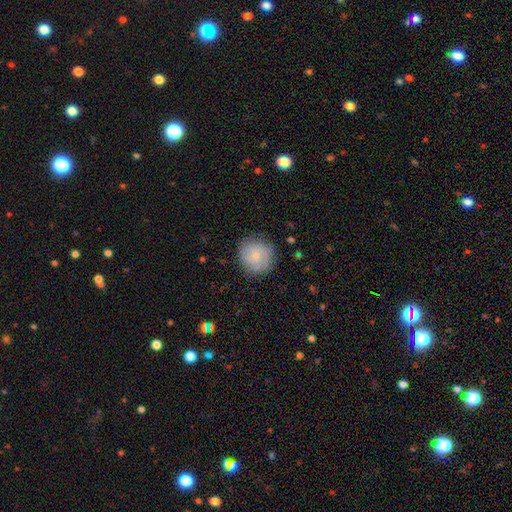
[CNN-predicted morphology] smooth-or-featured: smooth: 63% | featured or disk: 30% | star or artifact: 7%
  how-rounded: round: 90% | in between: 9% | cigar-shaped: 1%
  merging: none: 77% | minor disturbance: 16% | major disturbance: 5% | merger: 1%